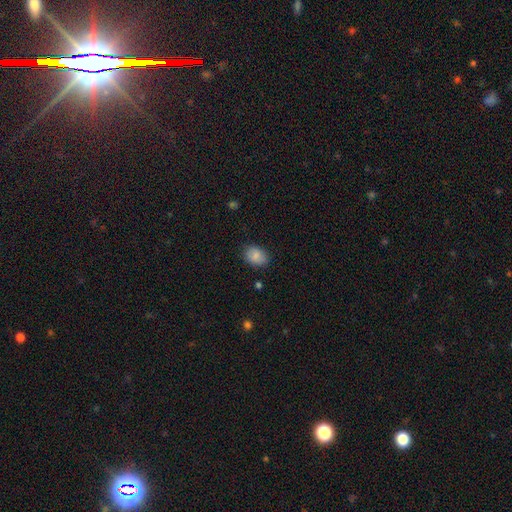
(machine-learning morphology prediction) type=smooth (84%); roundness=in between (71%); merging=none (83%).